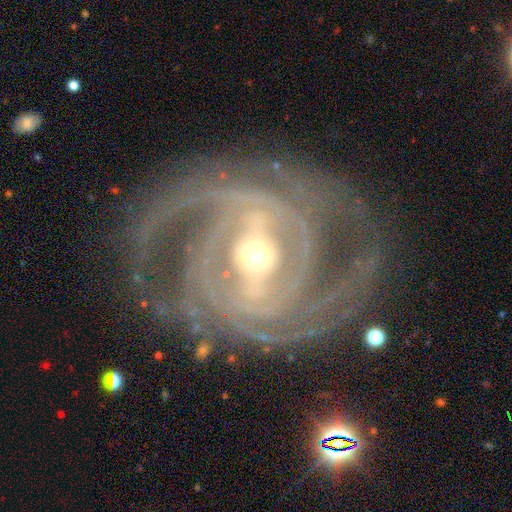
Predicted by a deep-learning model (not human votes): Q: Smooth or featured?
A: featured or disk (93%); runner-up: star or artifact (4%)
Q: Edge-on disk?
A: no (97%); runner-up: yes (3%)
Q: Bar?
A: strong (56%); runner-up: weak (32%)
Q: Spiral arms?
A: yes (98%); runner-up: no (2%)
Q: Spiral winding?
A: tight (65%); runner-up: medium (30%)
Q: Spiral arm count?
A: 3 (27%); tied with: 2 (27%)
Q: Bulge size?
A: moderate (55%); runner-up: small (39%)
Q: Merging?
A: none (76%); runner-up: minor disturbance (14%)